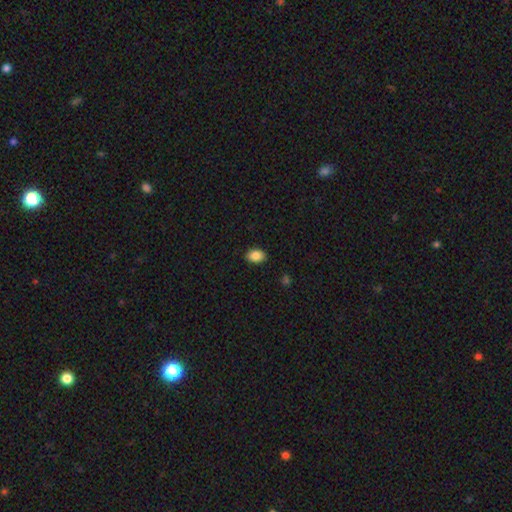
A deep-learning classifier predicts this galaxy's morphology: A smooth galaxy with no disk features (87%) that is in between round and cigar-shaped (81%). Merging: none (89%).